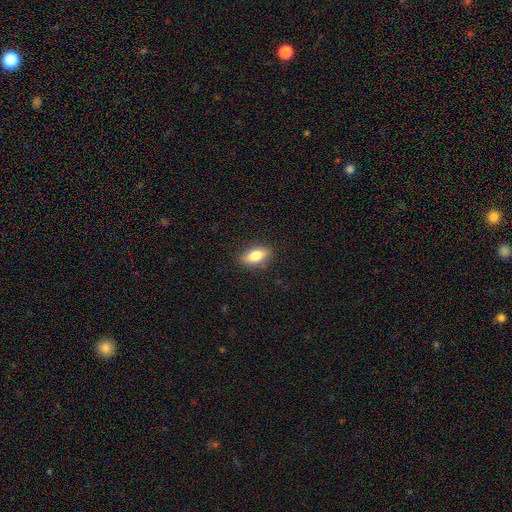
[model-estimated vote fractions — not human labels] This is likely a smooth galaxy (78%). How rounded: clearly in between (84%). Merging: clearly none (86%).